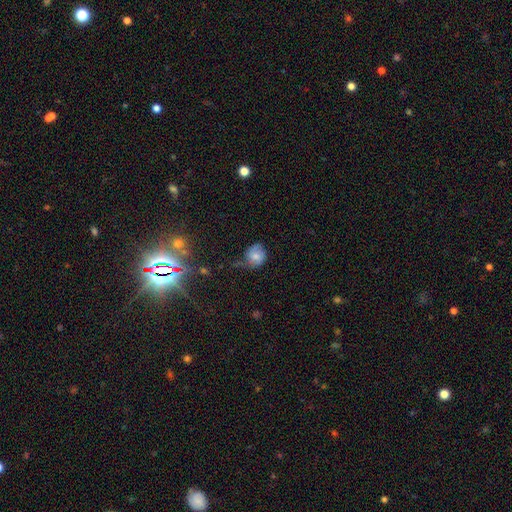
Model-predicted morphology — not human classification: The model was most divided on "merging" (2-way tie): none: 39%, minor disturbance: 39%, major disturbance: 19%, merger: 3%. More confident: how rounded — round (74%); smooth or featured — smooth (68%).